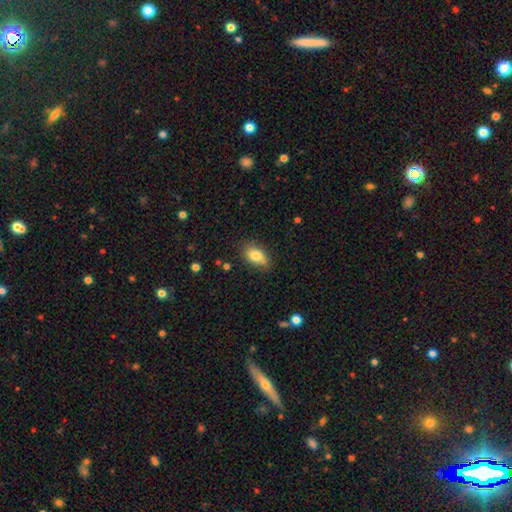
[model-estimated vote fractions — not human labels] smooth_or_featured: smooth (p=0.81) [alt: featured or disk p=0.11]
how_rounded: in between (p=0.87) [alt: round p=0.11]
merging: none (p=0.71) [alt: minor disturbance p=0.22]